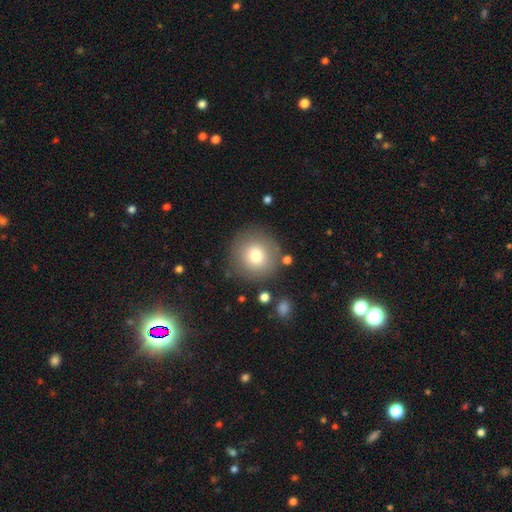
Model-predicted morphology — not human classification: smooth_or_featured: smooth (p=0.75) [alt: featured or disk p=0.14]
how_rounded: round (p=0.94) [alt: in between p=0.05]
merging: none (p=0.84) [alt: minor disturbance p=0.09]